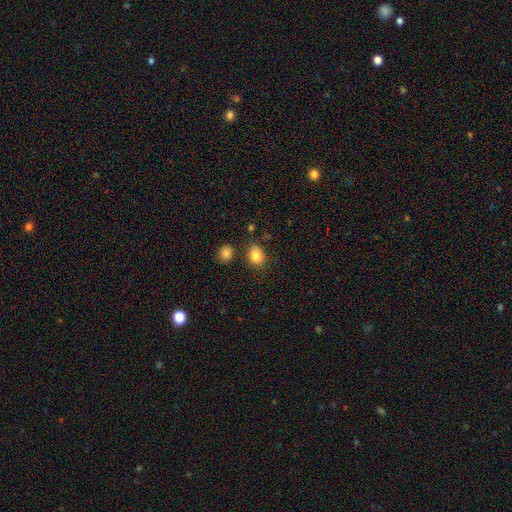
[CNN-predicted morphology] Overall: smooth (84%). How rounded: round (50%; in between 49%). Merging: none (76%).